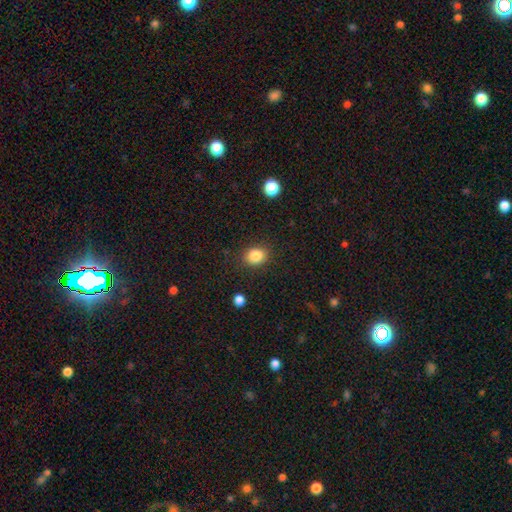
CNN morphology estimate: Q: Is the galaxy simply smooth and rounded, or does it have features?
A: smooth — 85%.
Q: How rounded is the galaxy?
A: round — 56%.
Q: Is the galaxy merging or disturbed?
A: none — 86%.